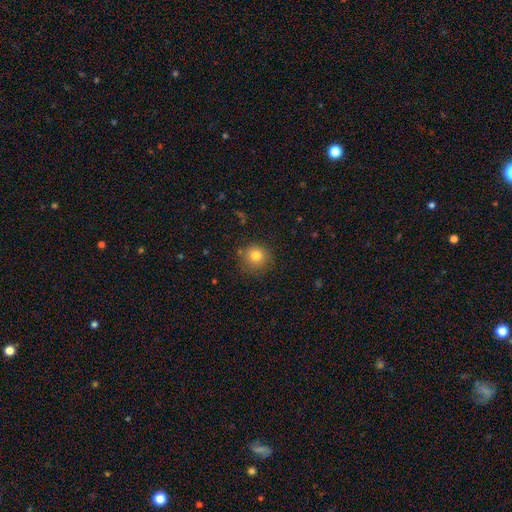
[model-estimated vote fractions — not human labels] Q: Smooth or featured?
A: smooth (80%); runner-up: star or artifact (12%)
Q: How rounded?
A: round (92%); runner-up: in between (7%)
Q: Merging?
A: none (83%); runner-up: minor disturbance (11%)